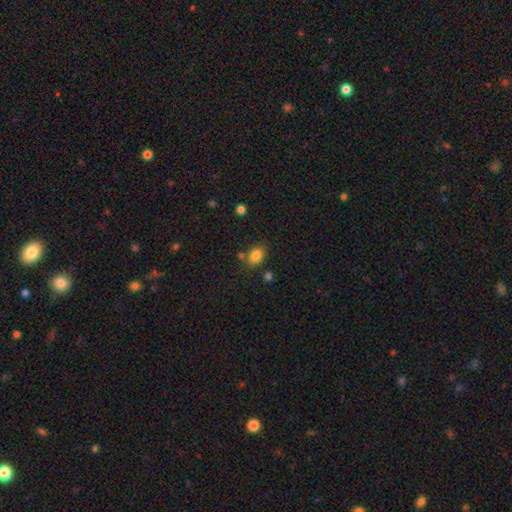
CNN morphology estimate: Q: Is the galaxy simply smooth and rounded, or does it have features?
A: smooth — 83%.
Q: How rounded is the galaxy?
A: in between — 61%.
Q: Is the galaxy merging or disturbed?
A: none — 74%.